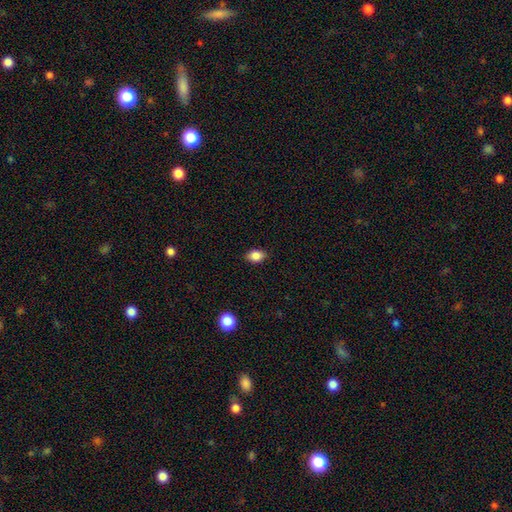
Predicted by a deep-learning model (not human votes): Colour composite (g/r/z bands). It shows a smooth galaxy with no disk features (85%) that is in between round and cigar-shaped (75%). Merging: none (88%).